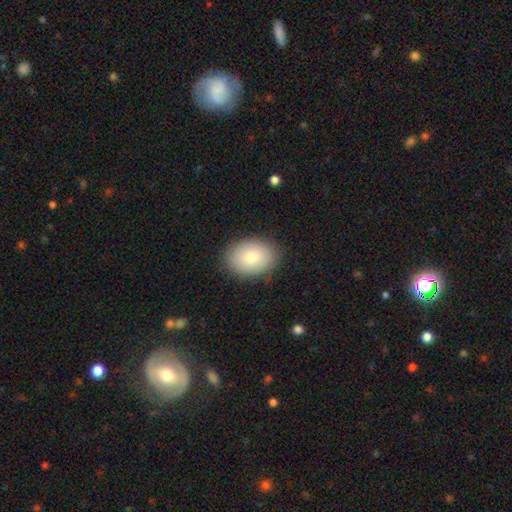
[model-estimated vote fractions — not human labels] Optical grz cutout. It shows a smooth galaxy with no disk features (81%) that is in between round and cigar-shaped (69%). Merging: none (86%).